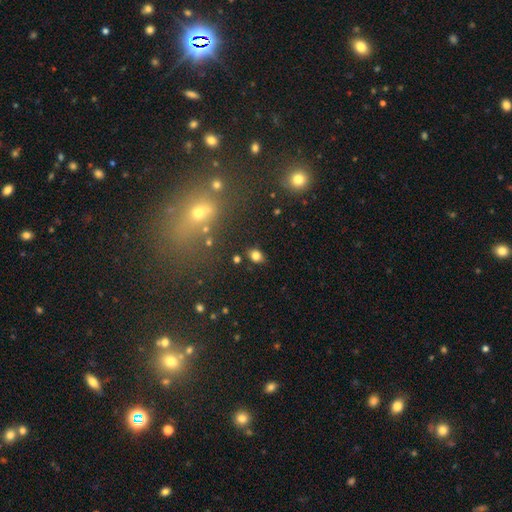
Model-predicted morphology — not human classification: Q: Smooth or featured?
A: smooth (79%); runner-up: star or artifact (13%)
Q: How rounded?
A: in between (64%); runner-up: round (34%)
Q: Merging?
A: none (84%); runner-up: minor disturbance (10%)